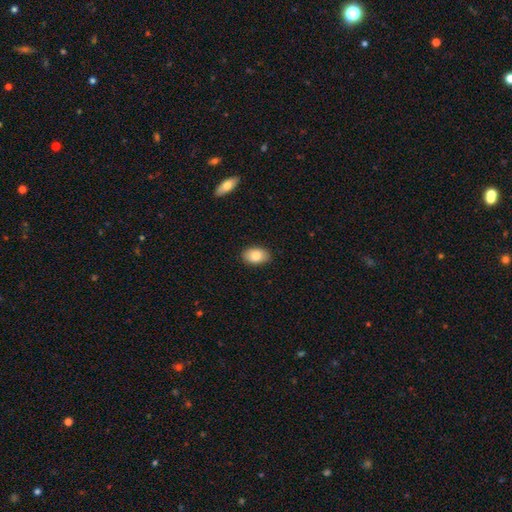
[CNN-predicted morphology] The model was most divided on "smooth or featured": smooth: 85%, featured or disk: 9%, star or artifact: 7%. More confident: how rounded — in between (91%); merging — none (87%).